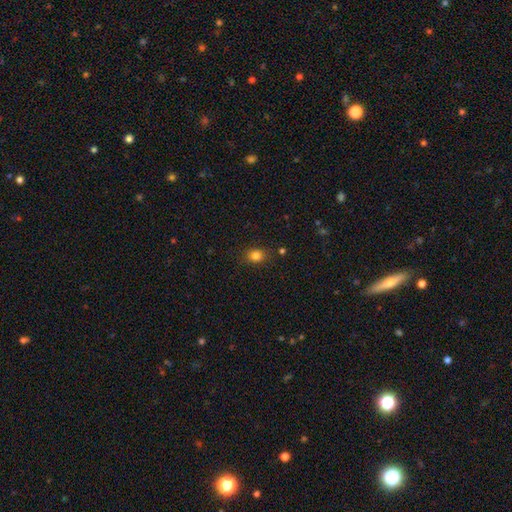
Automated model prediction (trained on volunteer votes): Morphology: type=smooth (82%); roundness=round (54%); merging=none (85%).